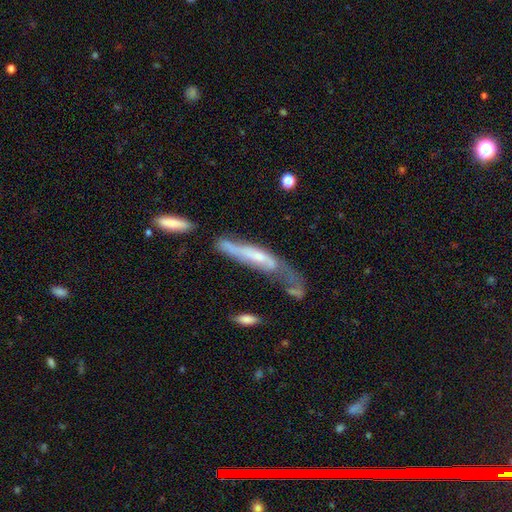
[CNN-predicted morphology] smooth-or-featured: featured or disk: 61% | smooth: 32% | star or artifact: 7%
  disk-edge-on: no: 54% | yes: 46%
  merging: major disturbance: 33% | none: 25% | minor disturbance: 23% | merger: 19%